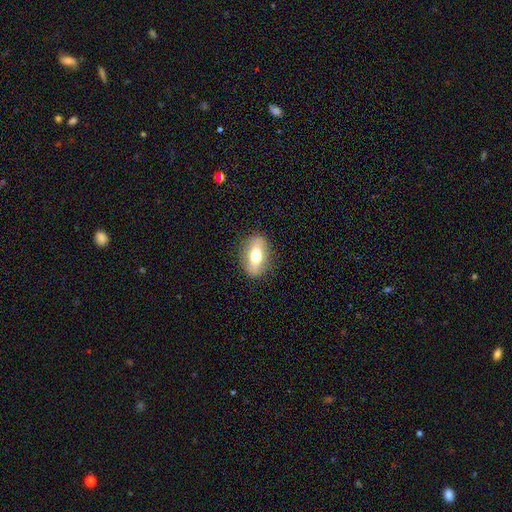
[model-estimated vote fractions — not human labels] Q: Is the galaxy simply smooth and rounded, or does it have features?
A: smooth — 55%.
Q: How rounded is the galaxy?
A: in between — 77%.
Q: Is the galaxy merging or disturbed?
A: none — 87%.